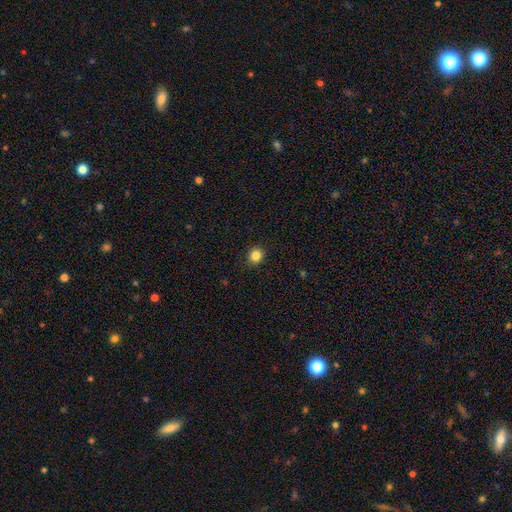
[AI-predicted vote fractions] smooth-or-featured: smooth: 85% | star or artifact: 11% | featured or disk: 4%
  how-rounded: round: 87% | in between: 12% | cigar-shaped: 1%
  merging: none: 91% | minor disturbance: 6% | major disturbance: 2% | merger: 1%